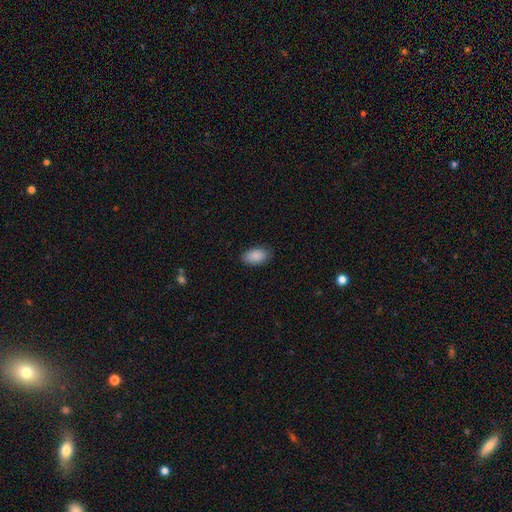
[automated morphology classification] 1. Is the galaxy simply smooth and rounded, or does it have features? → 89% smooth, 7% star or artifact, 4% featured or disk.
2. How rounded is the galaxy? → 93% in between, 5% round, 2% cigar-shaped.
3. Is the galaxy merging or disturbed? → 86% none, 11% minor disturbance, 2% major disturbance, 1% merger.